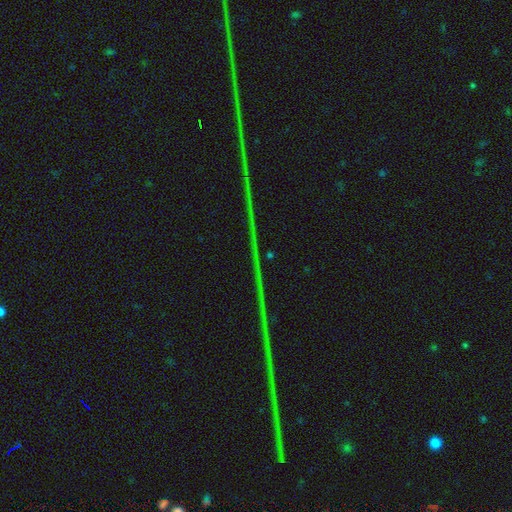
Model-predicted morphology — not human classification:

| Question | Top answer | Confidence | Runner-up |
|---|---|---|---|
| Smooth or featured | star or artifact | 88% | featured or disk (7%) |